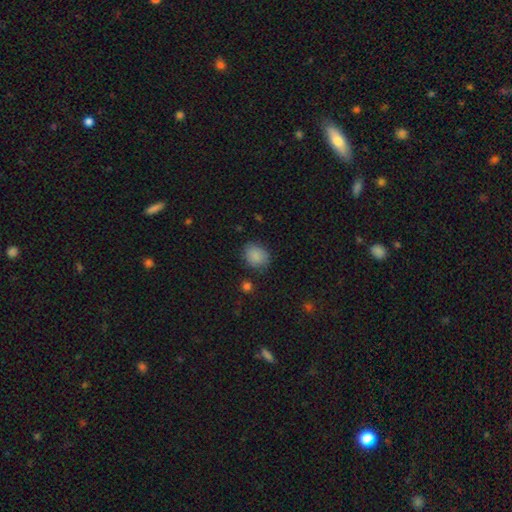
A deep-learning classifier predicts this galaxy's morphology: Smooth or featured?
  - smooth: 87% *
  - star or artifact: 9%
  - featured or disk: 5%
How rounded?
  - round: 52% *
  - in between: 47%
  - cigar-shaped: 1%
Merging?
  - none: 76% *
  - minor disturbance: 17%
  - major disturbance: 4%
  - merger: 2%